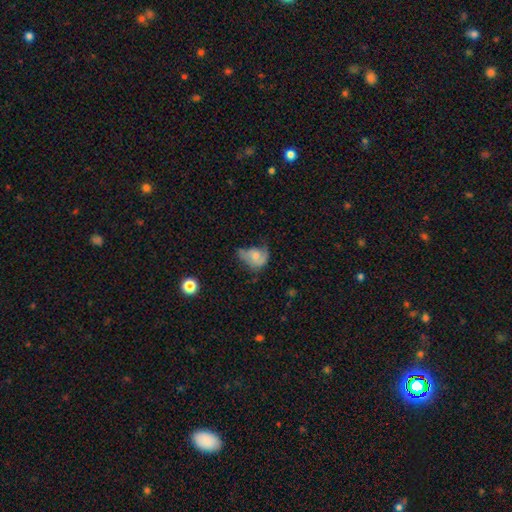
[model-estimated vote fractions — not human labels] Smooth or featured? smooth (53%)
How rounded? in between (63%)
Merging? major disturbance (35%)